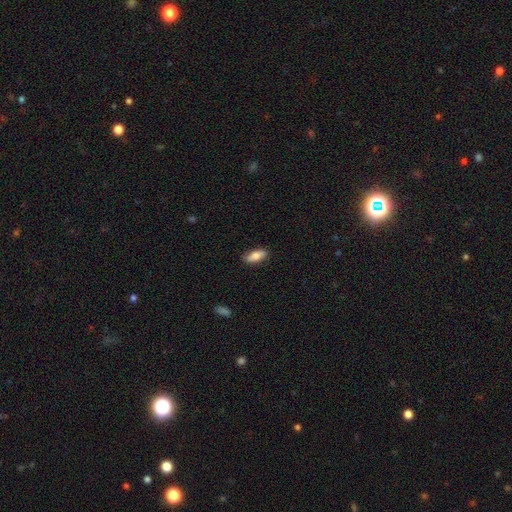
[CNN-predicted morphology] smooth-or-featured: smooth: 81% | featured or disk: 13% | star or artifact: 6%
  how-rounded: in between: 80% | cigar-shaped: 18% | round: 2%
  merging: none: 85% | minor disturbance: 12% | major disturbance: 2% | merger: 1%